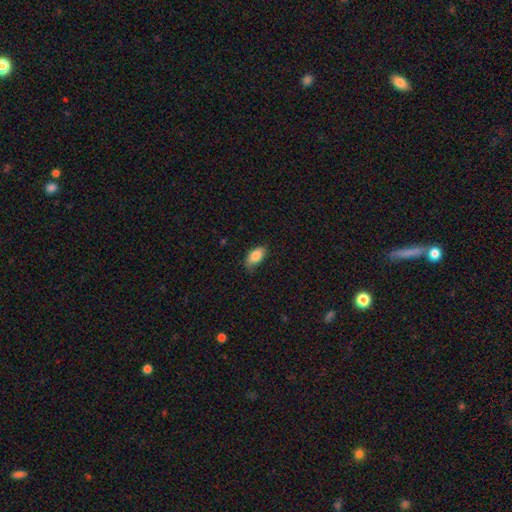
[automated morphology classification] Overall: smooth (86%). How rounded: in between (92%). Merging: none (79%).